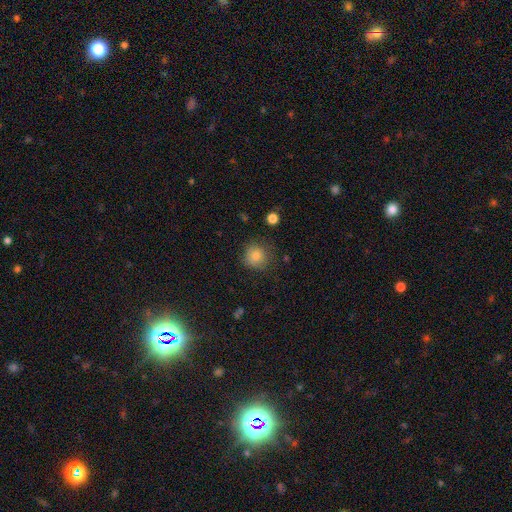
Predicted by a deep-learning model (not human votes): Smooth or featured? Predicted: smooth (p=0.80). How rounded? Predicted: round (p=0.91). Merging? Predicted: none (p=0.79).